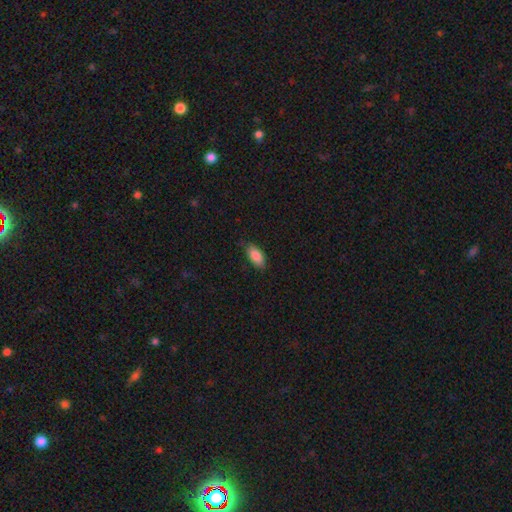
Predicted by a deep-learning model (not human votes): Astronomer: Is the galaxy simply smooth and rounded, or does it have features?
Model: smooth — 86%.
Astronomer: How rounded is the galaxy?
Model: in between — 89%.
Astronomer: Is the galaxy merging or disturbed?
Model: none — 79%.